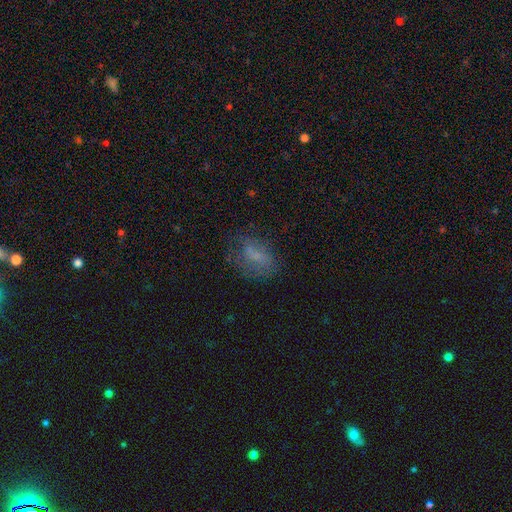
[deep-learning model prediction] smooth 55%, featured or disk 31%, star or artifact 14%. Down the decision tree: how rounded — in between (78%); merging — none (54%).